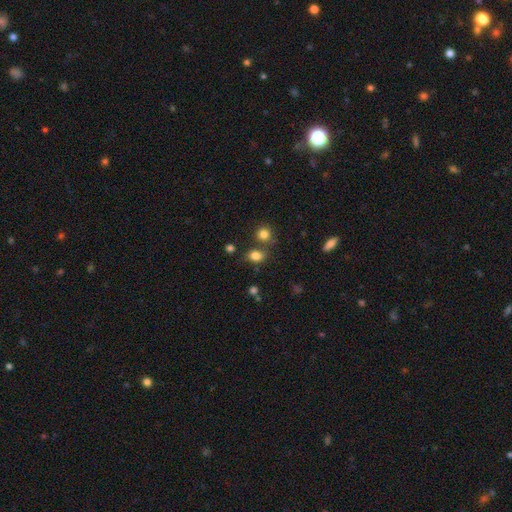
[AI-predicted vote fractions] This appears to be a smooth galaxy with no disk features (81%) that is in between round and cigar-shaped (62%). Merging: none (67%).